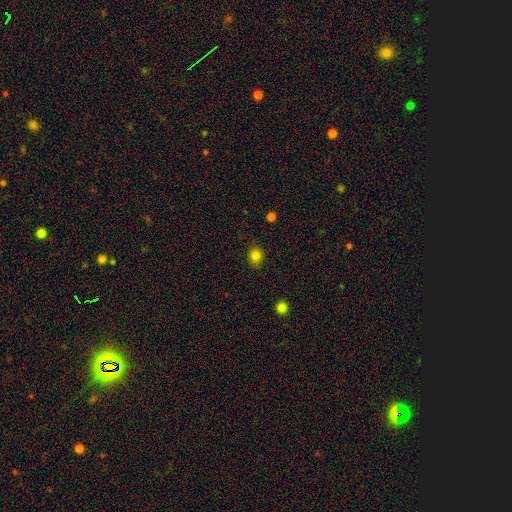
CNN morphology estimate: A smooth galaxy with no disk features (81%) that is round (70%).

Vote fractions:
- Smooth or featured? smooth: 81% / star or artifact: 13% / featured or disk: 6%
- How rounded? round: 70% / in between: 29% / cigar-shaped: 1%
- Merging? none: 86% / minor disturbance: 11% / major disturbance: 2% / merger: 1%